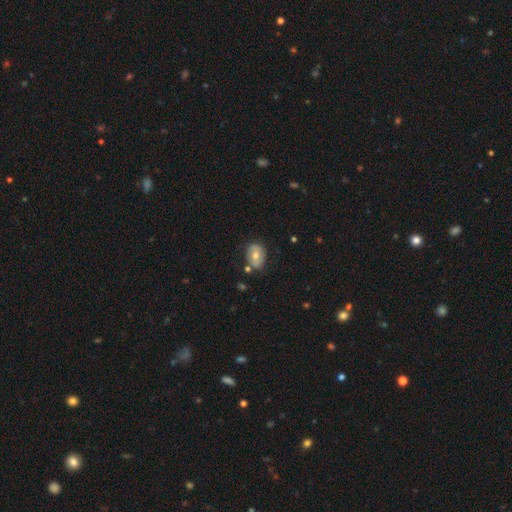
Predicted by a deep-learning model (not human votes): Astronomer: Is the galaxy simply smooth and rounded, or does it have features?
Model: smooth — 56% (runner-up: featured or disk, 36%).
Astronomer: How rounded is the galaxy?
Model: in between — 63%.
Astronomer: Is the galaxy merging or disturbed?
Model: none — 72%.